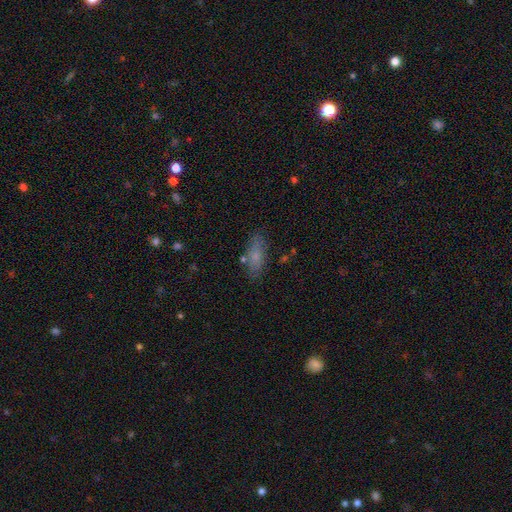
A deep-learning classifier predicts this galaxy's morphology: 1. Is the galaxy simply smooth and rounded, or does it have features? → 73% smooth, 18% featured or disk, 9% star or artifact.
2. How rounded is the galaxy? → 72% in between, 25% cigar-shaped, 3% round.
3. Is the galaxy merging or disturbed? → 77% none, 15% minor disturbance, 5% merger, 4% major disturbance.